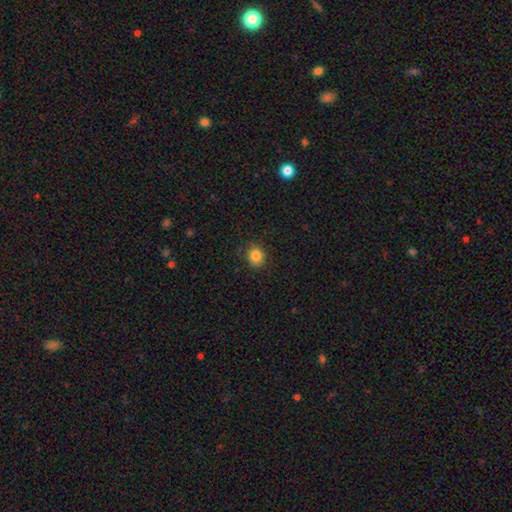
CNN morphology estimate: Q: Smooth or featured?
A: smooth (85%); runner-up: star or artifact (11%)
Q: How rounded?
A: round (76%); runner-up: in between (23%)
Q: Merging?
A: none (86%); runner-up: minor disturbance (10%)